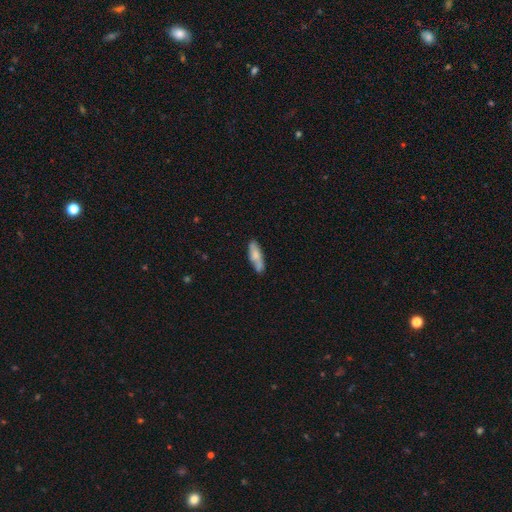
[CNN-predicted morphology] Smooth or featured? smooth (70%)
How rounded? cigar-shaped (50%)
Merging? none (69%)